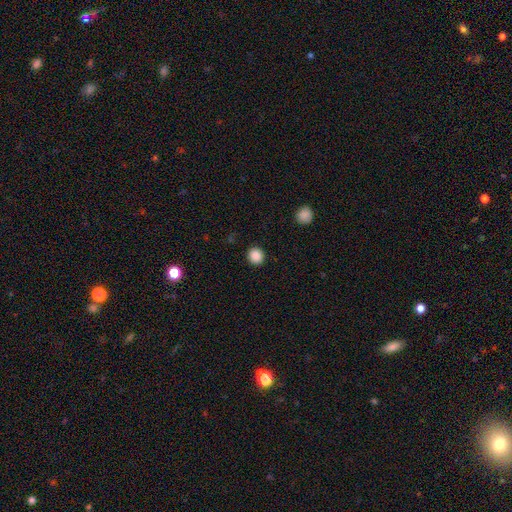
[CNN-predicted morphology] smooth-or-featured: smooth: 87% | star or artifact: 10% | featured or disk: 3%
  how-rounded: round: 91% | in between: 8% | cigar-shaped: 1%
  merging: none: 92% | minor disturbance: 5% | major disturbance: 2% | merger: 1%